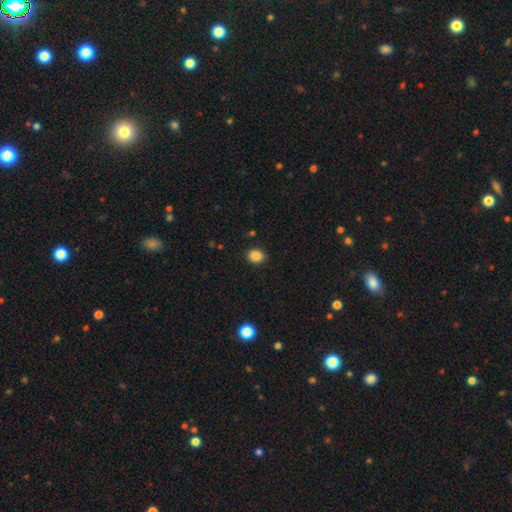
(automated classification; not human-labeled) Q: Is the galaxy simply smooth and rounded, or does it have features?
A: smooth — 87%.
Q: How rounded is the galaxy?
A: round — 60%.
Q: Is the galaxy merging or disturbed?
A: none — 88%.